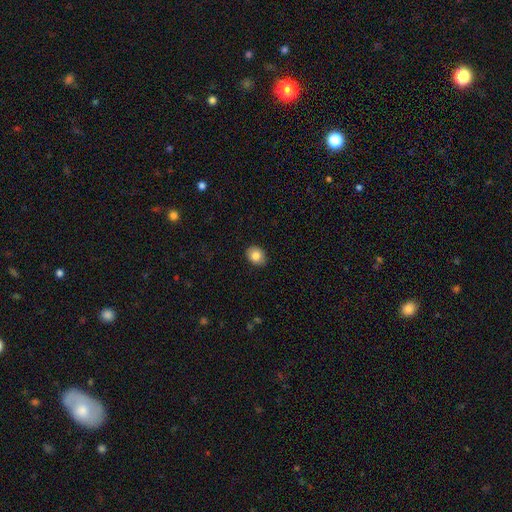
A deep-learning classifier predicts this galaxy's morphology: smooth_or_featured: smooth (p=0.84) [alt: star or artifact p=0.08]
how_rounded: in between (p=0.53) [alt: round p=0.46]
merging: none (p=0.88) [alt: minor disturbance p=0.09]